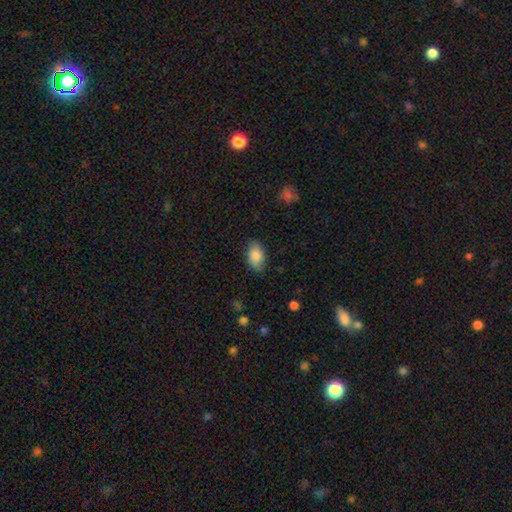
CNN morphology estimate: Smooth or featured?
  - smooth: 86% *
  - featured or disk: 7%
  - star or artifact: 7%
How rounded?
  - in between: 91% *
  - round: 7%
  - cigar-shaped: 2%
Merging?
  - none: 79% *
  - minor disturbance: 16%
  - major disturbance: 3%
  - merger: 1%